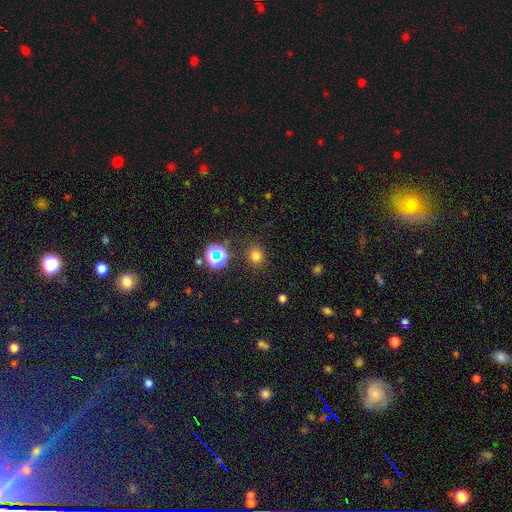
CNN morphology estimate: Smooth or featured?
  - smooth: 74% *
  - star or artifact: 20%
  - featured or disk: 6%
How rounded?
  - round: 77% *
  - in between: 22%
  - cigar-shaped: 1%
Merging?
  - none: 86% *
  - minor disturbance: 8%
  - major disturbance: 3%
  - merger: 2%